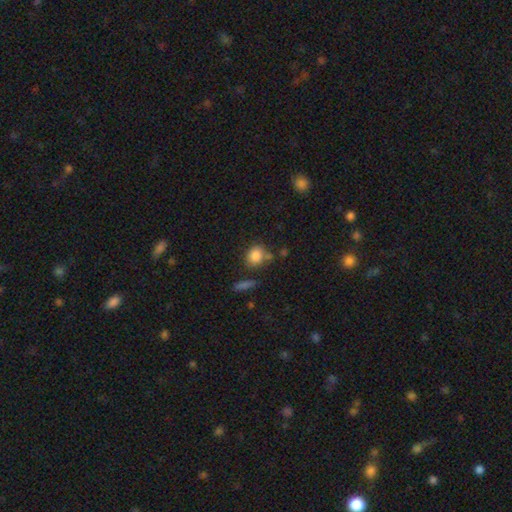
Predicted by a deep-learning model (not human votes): smooth_or_featured: smooth (p=0.85) [alt: star or artifact p=0.09]
how_rounded: round (p=0.65) [alt: in between p=0.33]
merging: none (p=0.66) [alt: minor disturbance p=0.16]